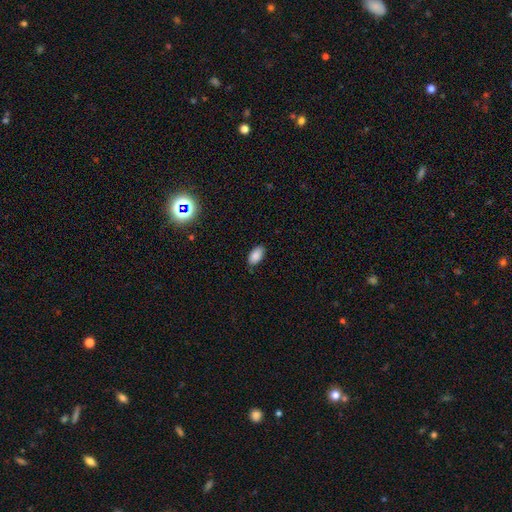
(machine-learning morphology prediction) This appears to be a smooth galaxy with no disk features (88%) that is in between round and cigar-shaped (94%). Merging: none (83%).